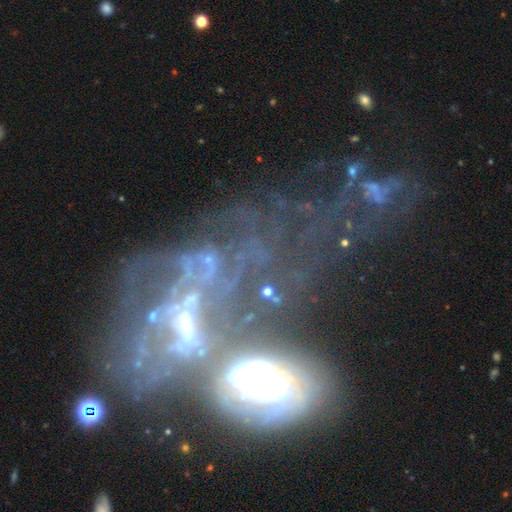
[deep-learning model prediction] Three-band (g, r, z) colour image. It shows a featured or disk galaxy (59%) with no bar (68%), no spiral arms (68%) and no central bulge (37%). Merging: merger (46%).